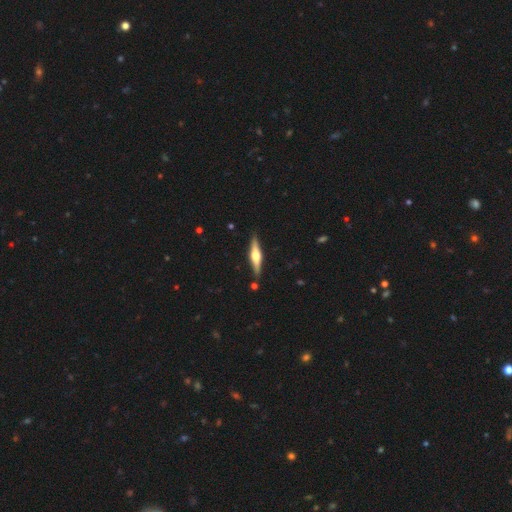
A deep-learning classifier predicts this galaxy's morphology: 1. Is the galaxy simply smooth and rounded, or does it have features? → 69% featured or disk, 26% smooth, 5% star or artifact.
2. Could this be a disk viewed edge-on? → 97% yes, 3% no.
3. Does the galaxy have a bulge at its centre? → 93% rounded, 5% boxy, 2% none.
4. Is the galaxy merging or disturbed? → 88% none, 8% minor disturbance, 2% merger, 2% major disturbance.